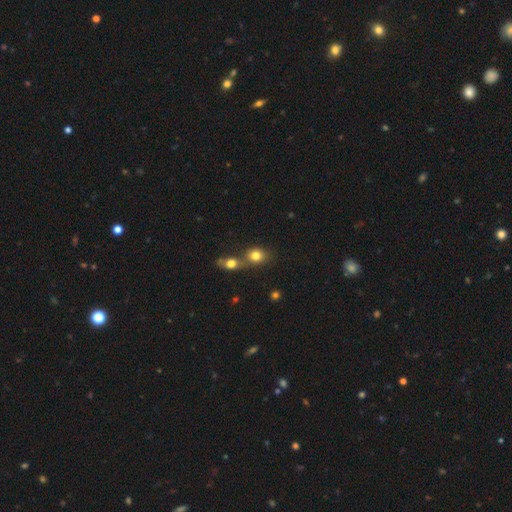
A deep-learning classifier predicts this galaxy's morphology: This appears to be a smooth galaxy with no disk features (79%) that is round (64%). Merging: merger (53%).